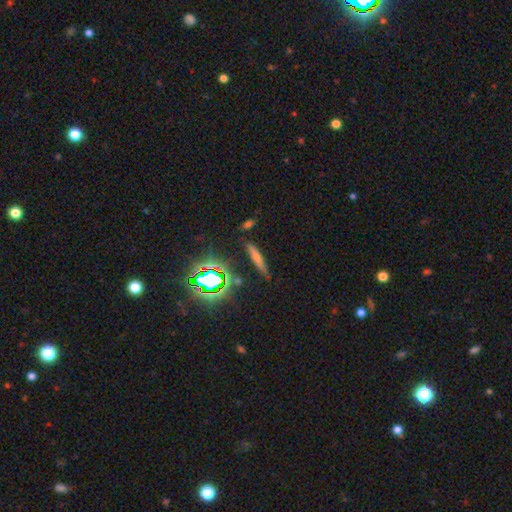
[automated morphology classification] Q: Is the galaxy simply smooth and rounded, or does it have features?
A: smooth — 53%.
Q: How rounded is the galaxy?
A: cigar-shaped — 86%.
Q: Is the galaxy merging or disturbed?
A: none — 81%.